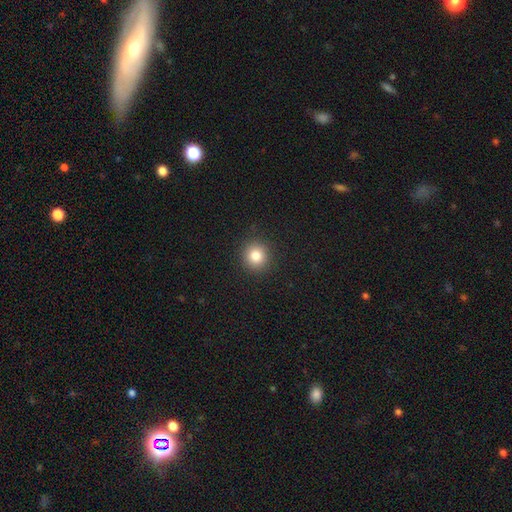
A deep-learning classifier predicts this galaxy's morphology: type=smooth (83%); roundness=round (91%); merging=none (91%).